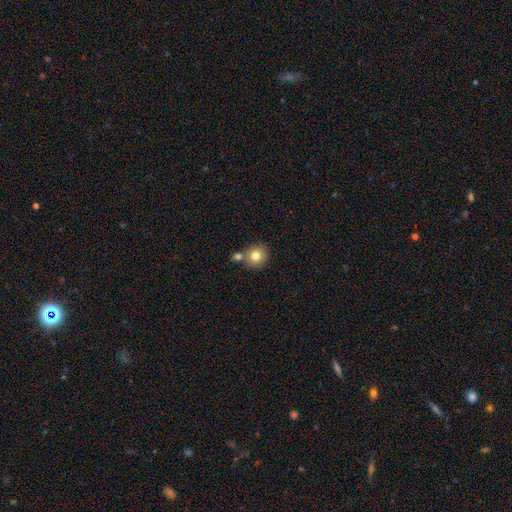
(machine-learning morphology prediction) A smooth galaxy with no disk features (79%) that is round (86%).

Vote fractions:
- Smooth or featured? smooth: 79% / featured or disk: 10% / star or artifact: 10%
- How rounded? round: 86% / in between: 13% / cigar-shaped: 1%
- Merging? none: 62% / merger: 25% / minor disturbance: 10% / major disturbance: 3%